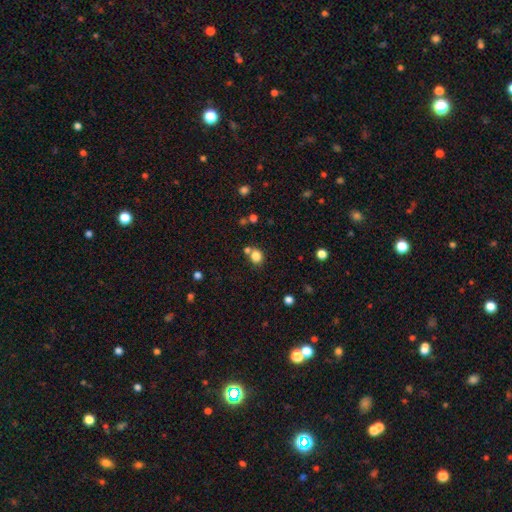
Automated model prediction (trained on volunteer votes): smooth_or_featured: smooth (p=0.82) [alt: star or artifact p=0.13]
how_rounded: round (p=0.72) [alt: in between p=0.27]
merging: none (p=0.64) [alt: merger p=0.22]